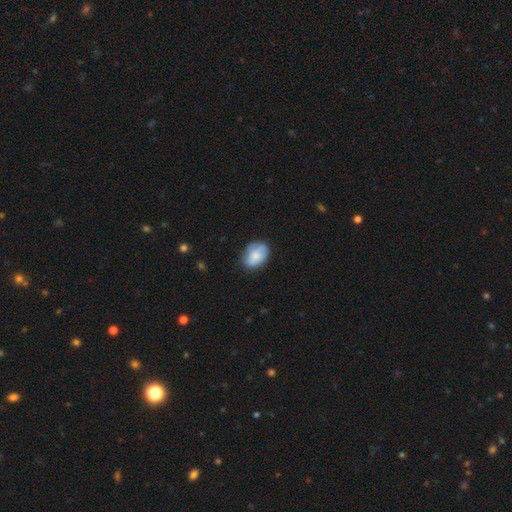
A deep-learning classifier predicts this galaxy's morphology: A smooth galaxy with no disk features (71%) that is in between round and cigar-shaped (76%).

Vote fractions:
- Smooth or featured? smooth: 71% / featured or disk: 22% / star or artifact: 7%
- How rounded? in between: 76% / round: 22% / cigar-shaped: 1%
- Merging? none: 65% / minor disturbance: 27% / major disturbance: 7% / merger: 2%